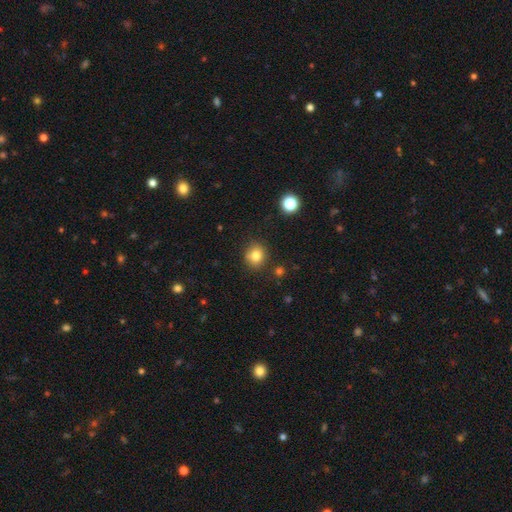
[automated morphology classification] Smooth or featured? Predicted: smooth (p=0.81). How rounded? Predicted: round (p=0.81). Merging? Predicted: none (p=0.83).